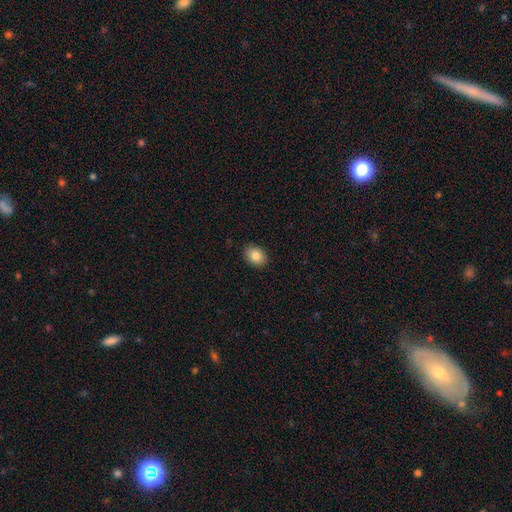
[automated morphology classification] The model was most divided on "how rounded": in between: 70%, round: 29%, cigar-shaped: 1%. More confident: merging — none (89%); smooth or featured — smooth (84%).